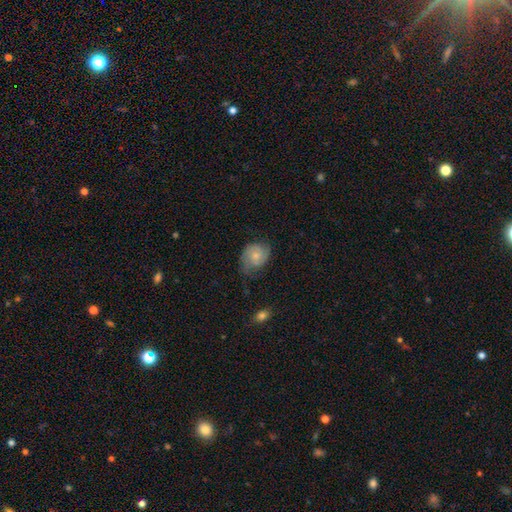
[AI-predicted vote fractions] Smooth or featured? smooth (46%, tied with featured or disk)
Merging? none (49%)